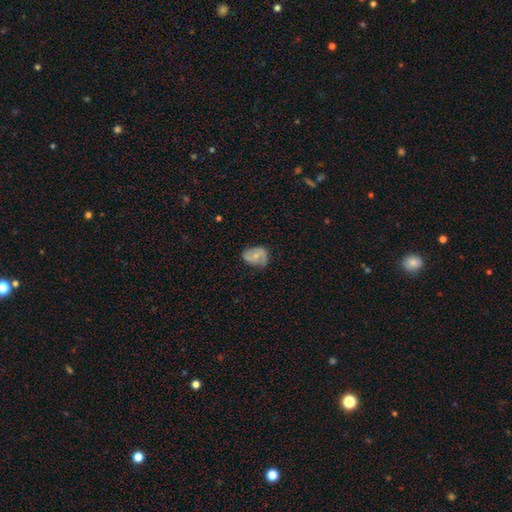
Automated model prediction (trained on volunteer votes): Overall: smooth (47%; featured or disk 45%). Merging: none (58%; minor disturbance 31%).